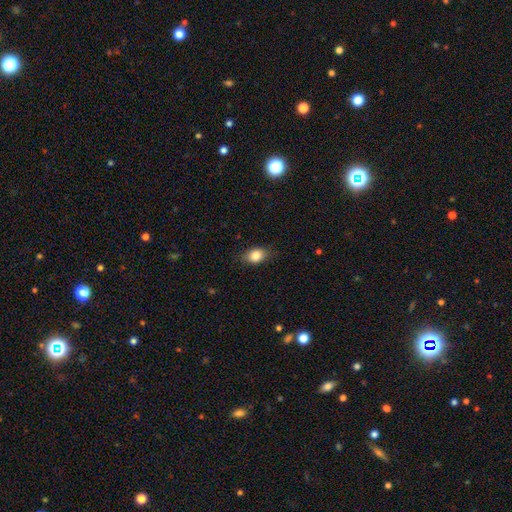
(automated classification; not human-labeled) smooth_or_featured: smooth (p=0.84) [alt: featured or disk p=0.08]
how_rounded: in between (p=0.77) [alt: round p=0.21]
merging: none (p=0.81) [alt: minor disturbance p=0.15]